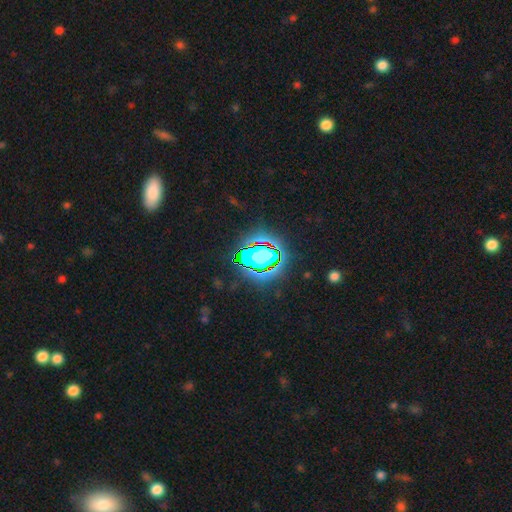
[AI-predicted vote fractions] Q: Smooth or featured?
A: star or artifact (71%); runner-up: smooth (16%)